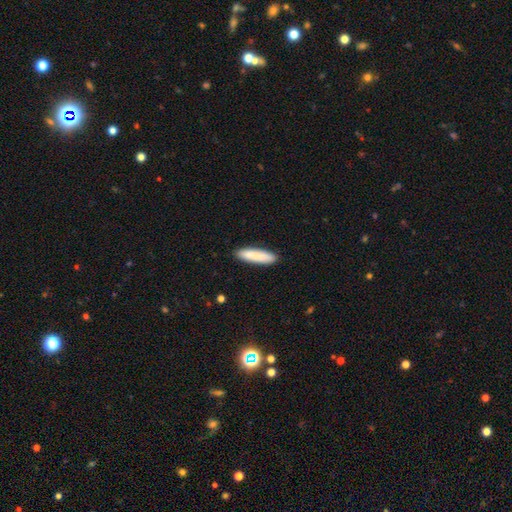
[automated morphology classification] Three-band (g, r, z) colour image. It shows a smooth galaxy with no disk features (86%) that is cigar-shaped (76%). Merging: none (89%).